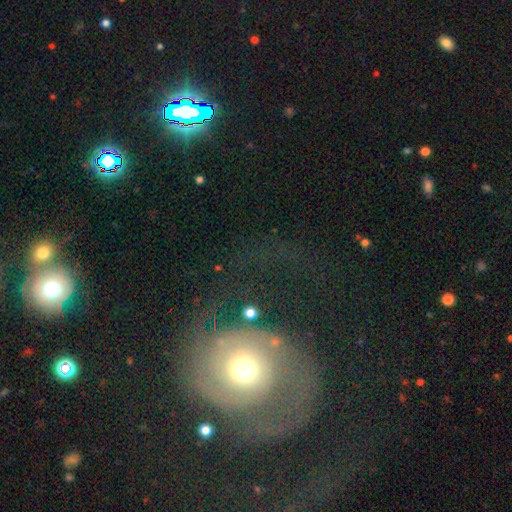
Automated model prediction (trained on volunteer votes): Smooth or featured?
  - featured or disk: 74% *
  - smooth: 16%
  - star or artifact: 11%
Edge-on disk?
  - no: 97% *
  - yes: 3%
Bar?
  - no: 77% *
  - weak: 17%
  - strong: 6%
Spiral arms?
  - yes: 87% *
  - no: 13%
Spiral winding?
  - medium: 38% *
  - tight: 34%
  - loose: 28%
Spiral arm count?
  - 2: 66% *
  - can't tell: 13%
  - 1: 10%
  - 3: 4%
  - 4: 3%
  - more than 4: 3%
Bulge size?
  - moderate: 63% *
  - small: 24%
  - large: 9%
  - dominant: 2%
  - none: 2%
Merging?
  - none: 48% *
  - major disturbance: 34%
  - minor disturbance: 14%
  - merger: 4%